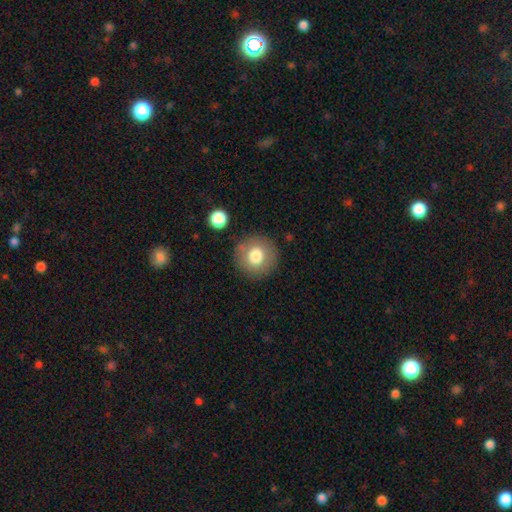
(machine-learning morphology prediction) This is likely a smooth galaxy (78%). How rounded: clearly round (94%). Merging: clearly none (86%).